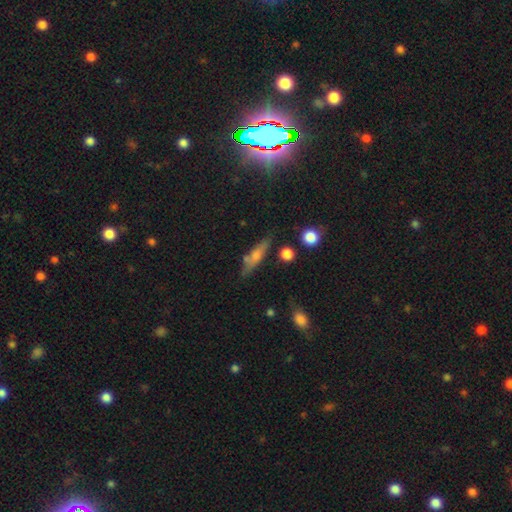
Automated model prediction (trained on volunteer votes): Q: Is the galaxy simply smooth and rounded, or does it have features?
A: smooth — 51%.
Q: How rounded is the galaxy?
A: cigar-shaped — 68%.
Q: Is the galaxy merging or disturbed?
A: none — 72%.